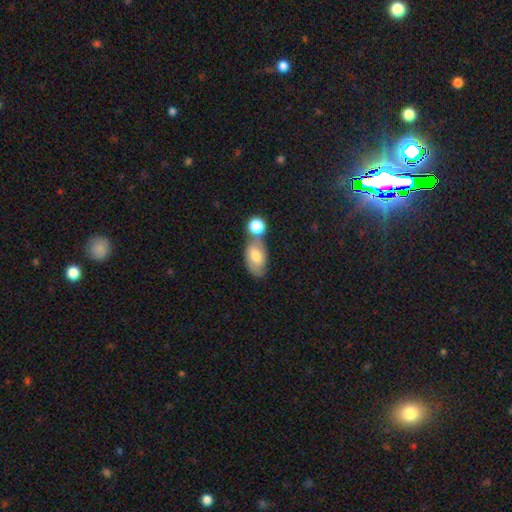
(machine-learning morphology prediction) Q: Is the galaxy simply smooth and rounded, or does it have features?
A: smooth — 65%.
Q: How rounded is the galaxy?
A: in between — 87%.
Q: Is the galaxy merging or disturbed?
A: none — 41%.